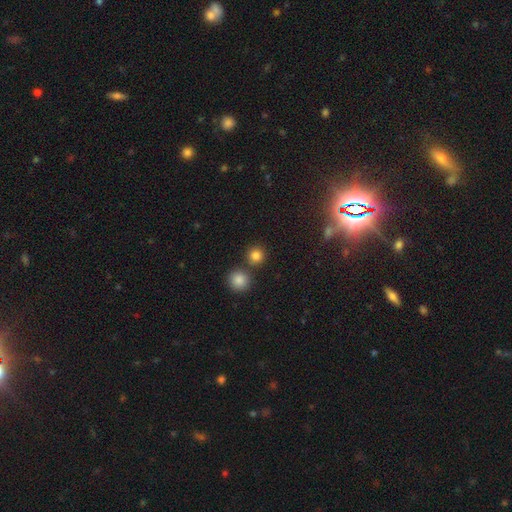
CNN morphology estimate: smooth 82%, star or artifact 13%, featured or disk 5%. Down the decision tree: how rounded — round (92%); merging — none (73%).